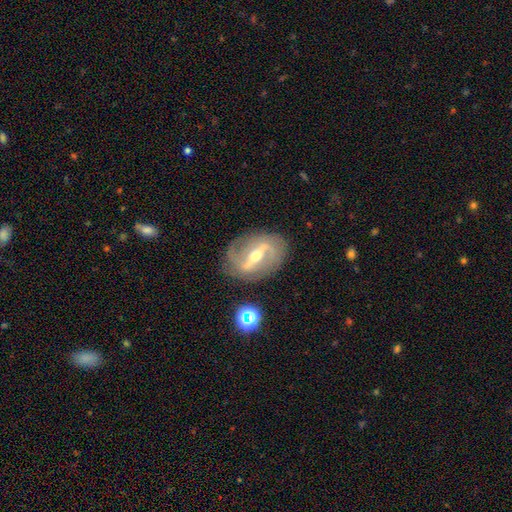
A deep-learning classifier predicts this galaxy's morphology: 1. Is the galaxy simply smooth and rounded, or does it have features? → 86% featured or disk, 8% smooth, 7% star or artifact.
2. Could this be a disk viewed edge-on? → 93% no, 7% yes.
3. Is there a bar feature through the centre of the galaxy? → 62% strong, 29% weak, 9% no.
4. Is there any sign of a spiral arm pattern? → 89% yes, 11% no.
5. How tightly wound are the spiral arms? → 40% medium, 30% loose, 30% tight.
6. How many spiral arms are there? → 75% 2, 11% can't tell, 6% 3, 3% 1, 2% 4, 2% more than 4.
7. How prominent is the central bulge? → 62% moderate, 34% small, 3% large, 1% none, 1% dominant.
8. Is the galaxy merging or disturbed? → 80% none, 13% minor disturbance, 5% major disturbance, 2% merger.